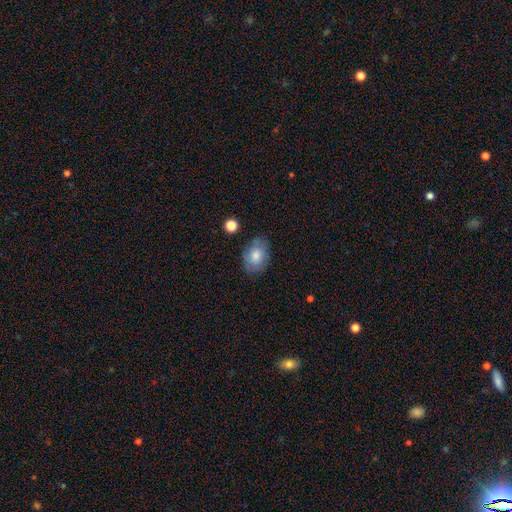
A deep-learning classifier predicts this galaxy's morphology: This is likely a smooth galaxy (73%). How rounded: likely in between (75%). Merging: likely none (74%).